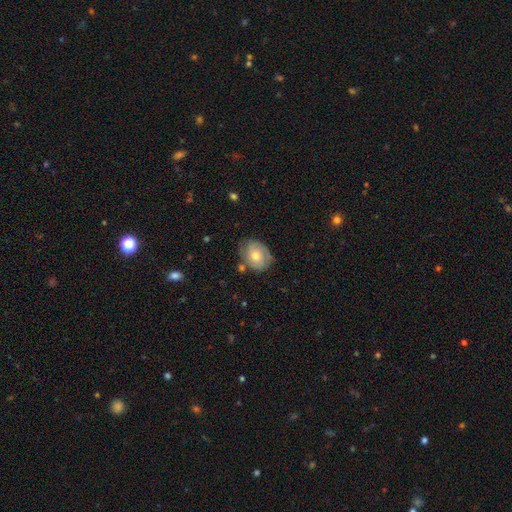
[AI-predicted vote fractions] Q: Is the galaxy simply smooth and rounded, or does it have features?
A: featured or disk — 48%.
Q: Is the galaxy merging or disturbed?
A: none — 69%.